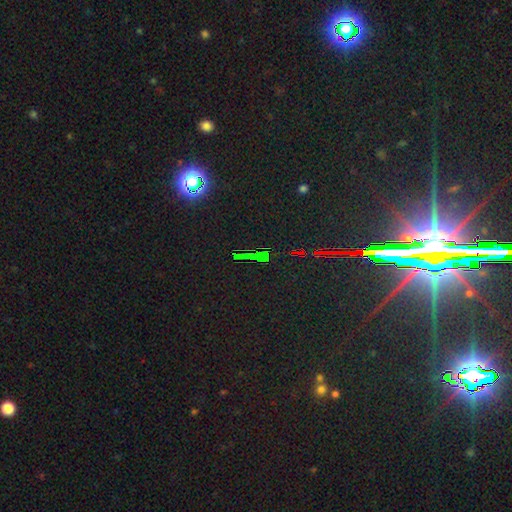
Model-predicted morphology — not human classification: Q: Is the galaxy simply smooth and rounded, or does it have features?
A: star or artifact — 80%.